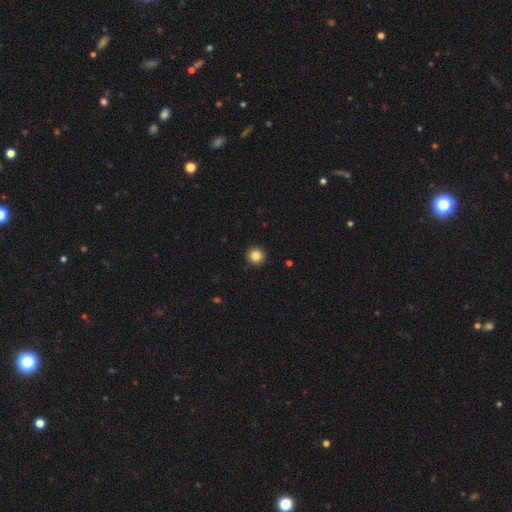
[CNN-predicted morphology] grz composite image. It shows a smooth galaxy with no disk features (85%) that is round (95%). Merging: none (93%).